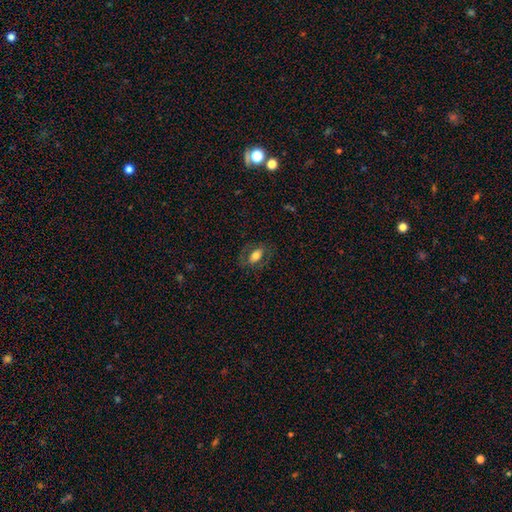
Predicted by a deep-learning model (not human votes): smooth 60%, featured or disk 32%, star or artifact 8%. Down the decision tree: how rounded — in between (88%); merging — none (75%).